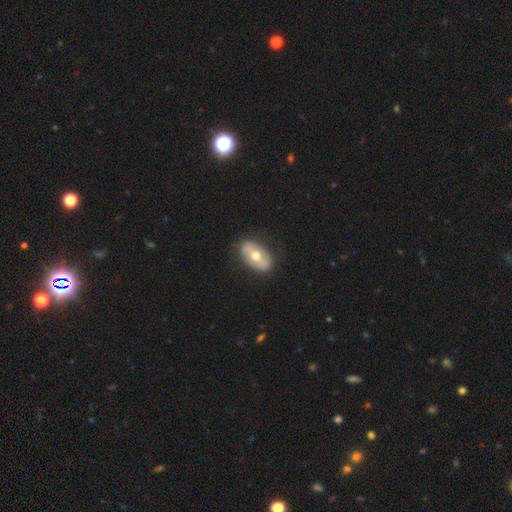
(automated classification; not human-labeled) Q: Smooth or featured?
A: smooth (48%); runner-up: featured or disk (46%)
Q: Merging?
A: none (81%); runner-up: minor disturbance (14%)